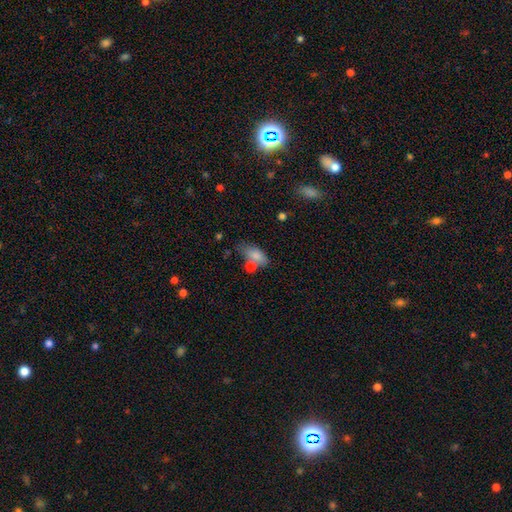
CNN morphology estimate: Smooth or featured: smooth — 80% (featured or disk — 12%)
How rounded: in between — 87% (cigar-shaped — 8%)
Merging: none — 47% (merger — 23%)